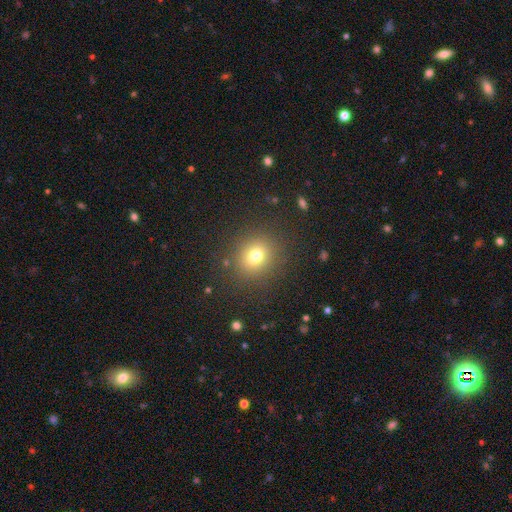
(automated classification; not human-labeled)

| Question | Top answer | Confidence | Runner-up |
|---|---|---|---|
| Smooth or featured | smooth | 74% | star or artifact (17%) |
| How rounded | round | 80% | in between (19%) |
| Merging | none | 86% | minor disturbance (8%) |